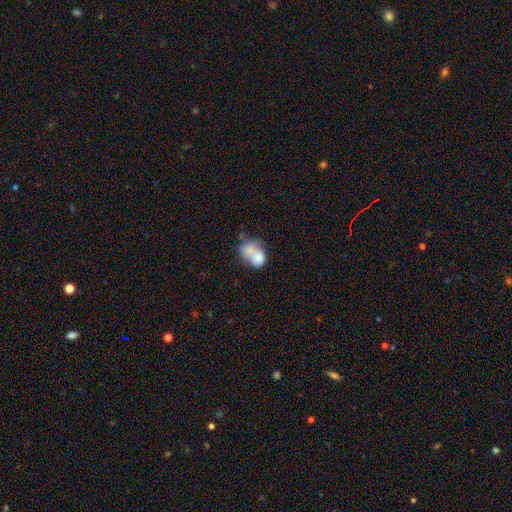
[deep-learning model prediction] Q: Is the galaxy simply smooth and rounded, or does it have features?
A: smooth — 69%.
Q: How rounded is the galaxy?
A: in between — 62%.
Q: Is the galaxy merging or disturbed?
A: merger — 63%.